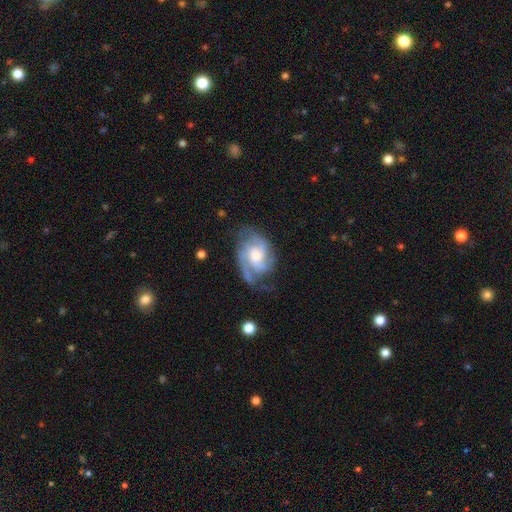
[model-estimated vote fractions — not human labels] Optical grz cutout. It shows a featured or disk galaxy (80%) with no bar (64%), 3 (34%) medium (45%) spiral arms (93%) and a moderate central bulge (56%). Merging: none (54%).